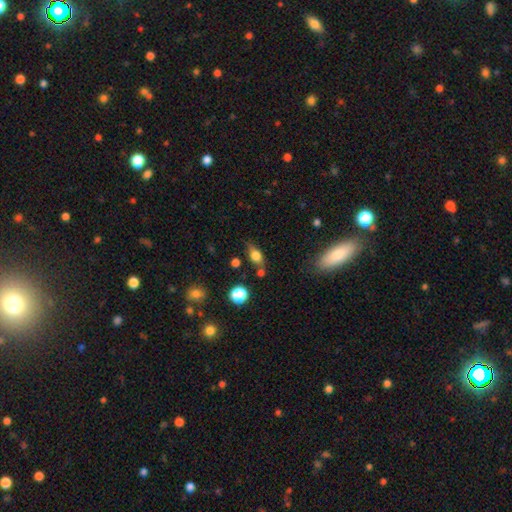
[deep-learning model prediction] Smooth or featured: smooth — 74% (featured or disk — 15%)
How rounded: in between — 75% (round — 17%)
Merging: none — 63% (minor disturbance — 22%)